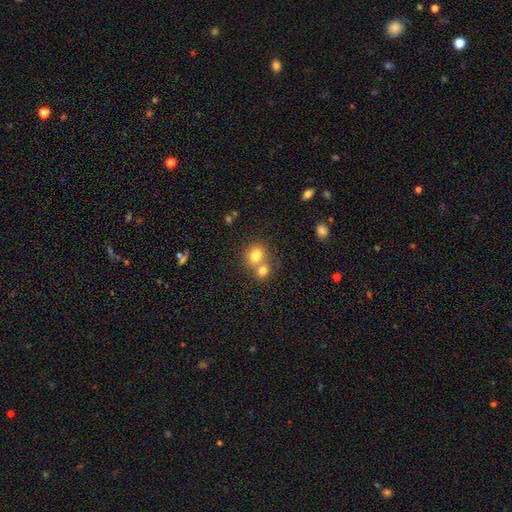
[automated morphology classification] Smooth or featured?
  - smooth: 76% *
  - featured or disk: 12%
  - star or artifact: 12%
How rounded?
  - round: 73% *
  - in between: 26%
  - cigar-shaped: 1%
Merging?
  - merger: 47% *
  - none: 43%
  - minor disturbance: 7%
  - major disturbance: 3%